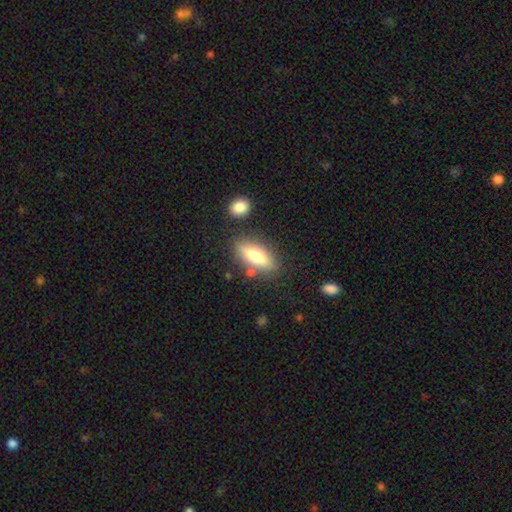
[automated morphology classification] Smooth or featured?
  - smooth: 69% *
  - featured or disk: 24%
  - star or artifact: 7%
How rounded?
  - in between: 68% *
  - cigar-shaped: 29%
  - round: 3%
Merging?
  - none: 77% *
  - minor disturbance: 13%
  - merger: 7%
  - major disturbance: 4%